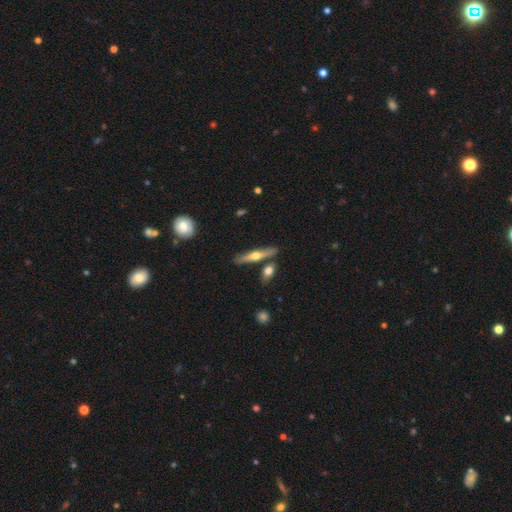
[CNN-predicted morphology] This appears to be a featured or disk galaxy (59%) viewed edge-on (93%) with a rounded central bulge (92%). Merging: none (81%).